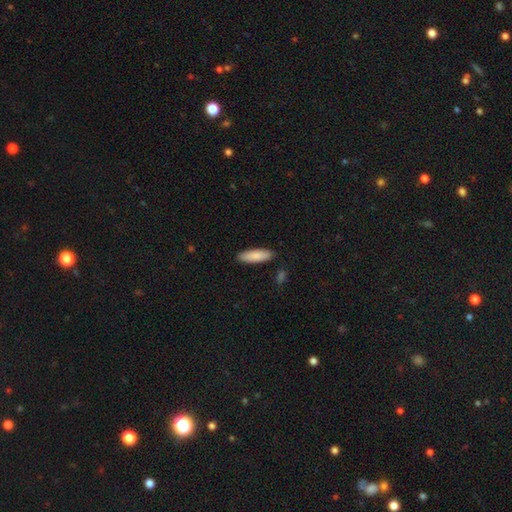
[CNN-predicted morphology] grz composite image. It shows a smooth galaxy with no disk features (86%) that is in between round and cigar-shaped (50%). Merging: none (88%).